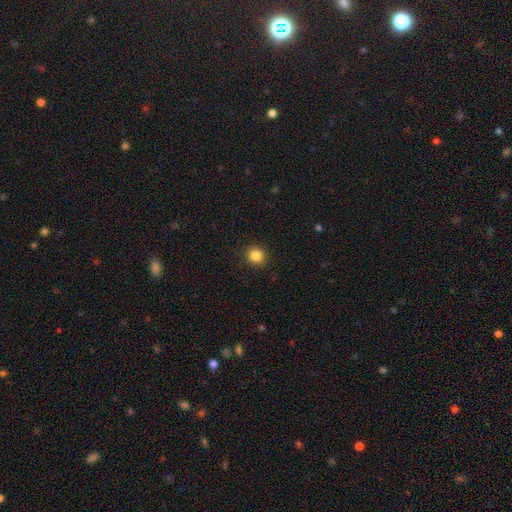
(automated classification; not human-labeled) Smooth or featured: smooth — 85% (star or artifact — 10%)
How rounded: round — 81% (in between — 18%)
Merging: none — 92% (minor disturbance — 6%)